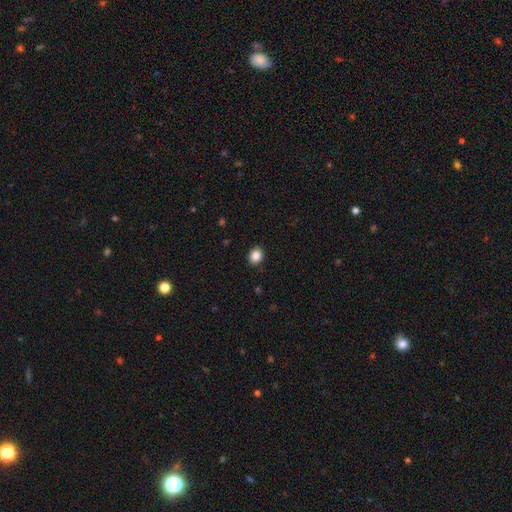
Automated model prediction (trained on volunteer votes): Smooth or featured? smooth (87%)
How rounded? round (50%, tied with in between)
Merging? none (90%)